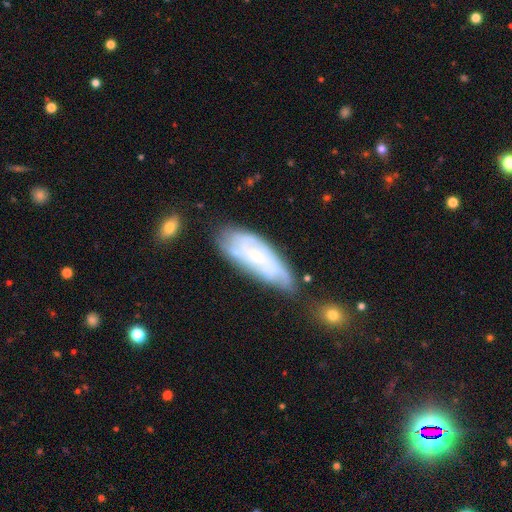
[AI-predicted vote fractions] Smooth or featured: featured or disk — 62% (smooth — 30%)
Edge-on disk: no — 85% (yes — 15%)
Bar: no — 67% (weak — 27%)
Spiral arms: yes — 78% (no — 22%)
Bulge size: small — 63% (moderate — 25%)
Merging: none — 56% (minor disturbance — 28%)